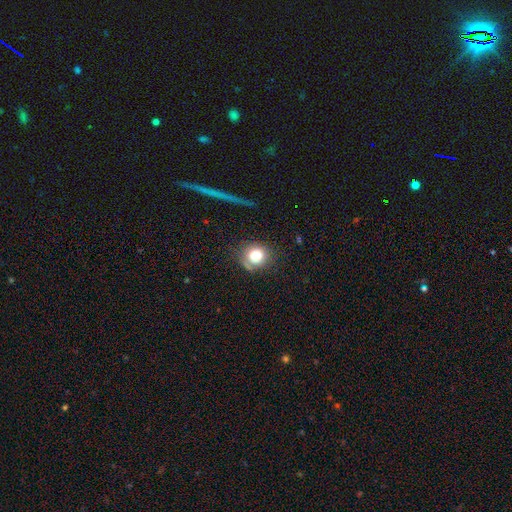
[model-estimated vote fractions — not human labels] Smooth or featured? Predicted: smooth (p=0.76). How rounded? Predicted: round (p=0.84). Merging? Predicted: none (p=0.71).